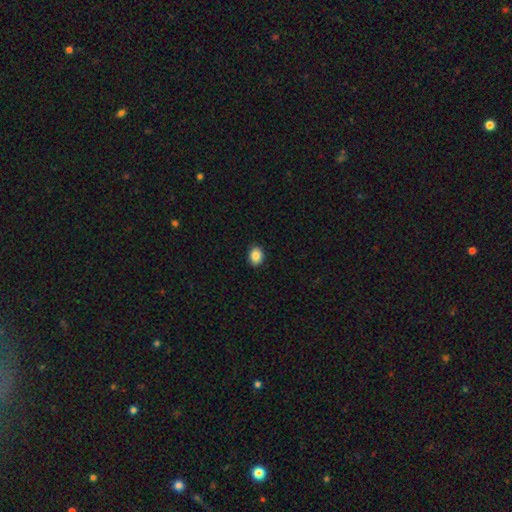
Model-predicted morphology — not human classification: A smooth galaxy with no disk features (87%) that is in between round and cigar-shaped (56%).

Vote fractions:
- Smooth or featured? smooth: 87% / star or artifact: 9% / featured or disk: 5%
- How rounded? in between: 56% / round: 43% / cigar-shaped: 1%
- Merging? none: 90% / minor disturbance: 8% / major disturbance: 2% / merger: 1%